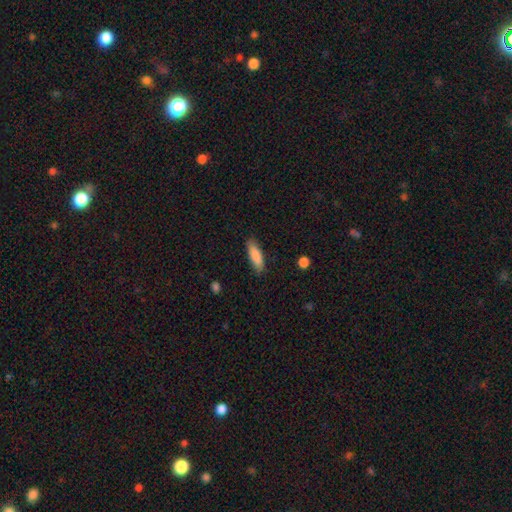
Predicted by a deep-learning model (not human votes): Morphology: type=smooth (87%); roundness=cigar-shaped (53%); merging=none (85%).